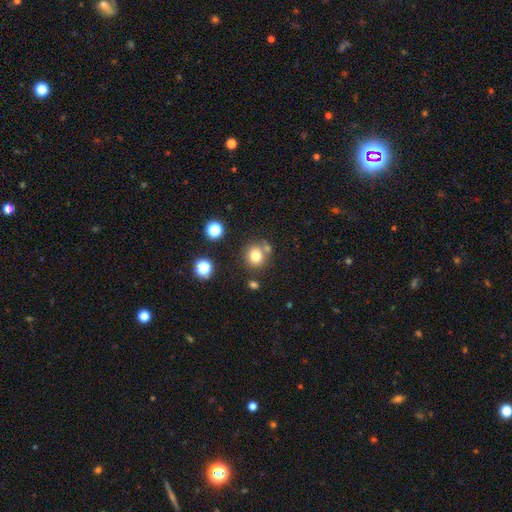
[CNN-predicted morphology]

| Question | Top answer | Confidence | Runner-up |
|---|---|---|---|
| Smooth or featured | smooth | 77% | star or artifact (14%) |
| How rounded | round | 87% | in between (13%) |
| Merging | none | 70% | merger (15%) |